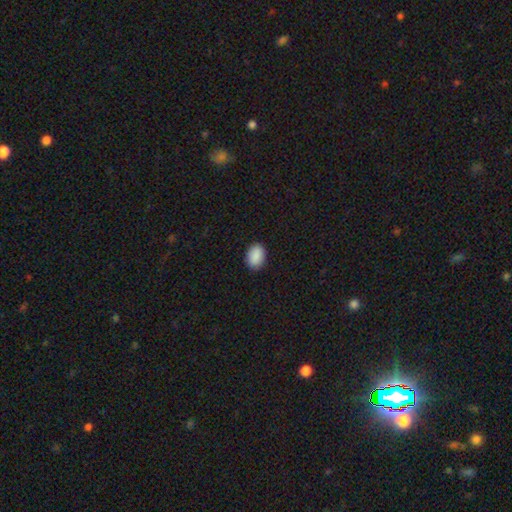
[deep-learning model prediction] Morphology: type=smooth (91%); roundness=in between (82%); merging=none (89%).